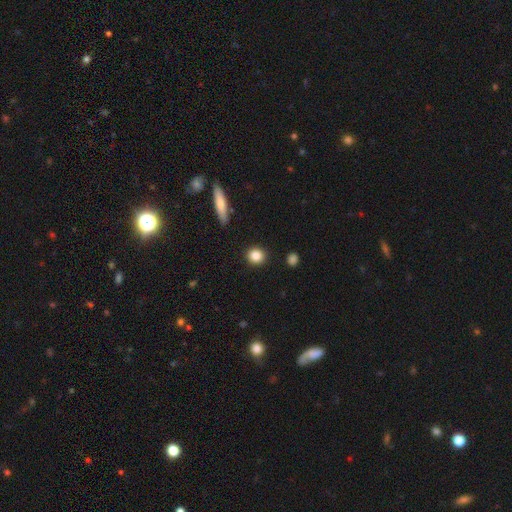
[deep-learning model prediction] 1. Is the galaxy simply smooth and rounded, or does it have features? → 86% smooth, 9% star or artifact, 5% featured or disk.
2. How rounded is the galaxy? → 81% round, 17% in between, 2% cigar-shaped.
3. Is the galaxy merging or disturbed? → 90% none, 6% minor disturbance, 2% major disturbance, 2% merger.